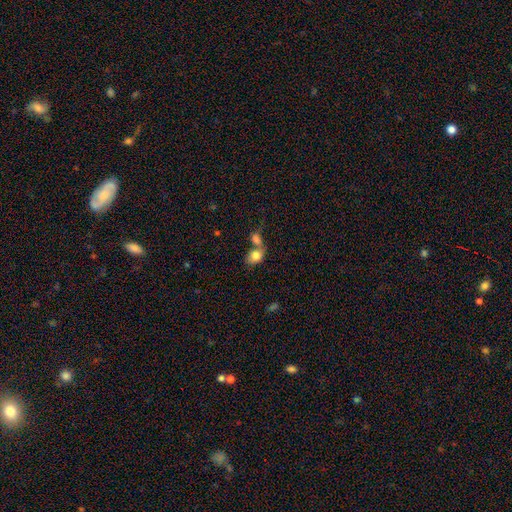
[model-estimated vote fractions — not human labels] smooth-or-featured: smooth: 81% | featured or disk: 12% | star or artifact: 8%
  how-rounded: in between: 71% | round: 28% | cigar-shaped: 1%
  merging: merger: 57% | none: 27% | minor disturbance: 10% | major disturbance: 6%